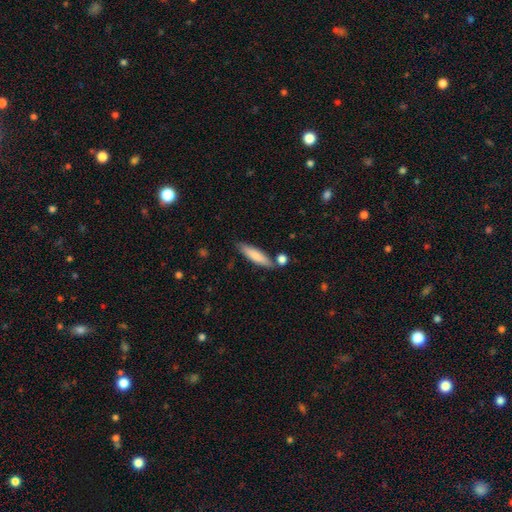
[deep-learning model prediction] A smooth galaxy with no disk features (79%) that is cigar-shaped (75%). Merging: none (76%).